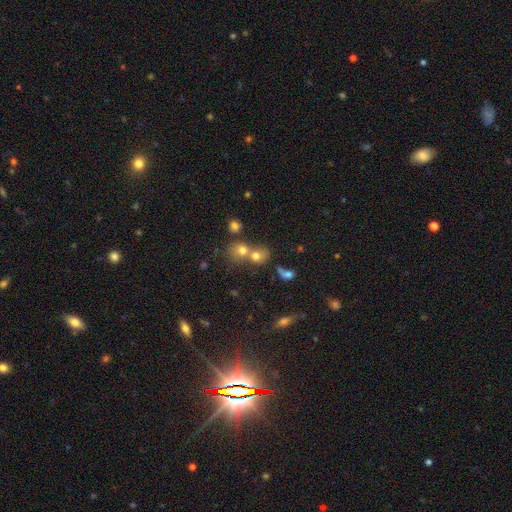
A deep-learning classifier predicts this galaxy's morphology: Smooth or featured?
  - smooth: 65% *
  - star or artifact: 18%
  - featured or disk: 17%
How rounded?
  - round: 70% *
  - in between: 29%
  - cigar-shaped: 2%
Merging?
  - merger: 60% *
  - none: 29%
  - minor disturbance: 7%
  - major disturbance: 4%